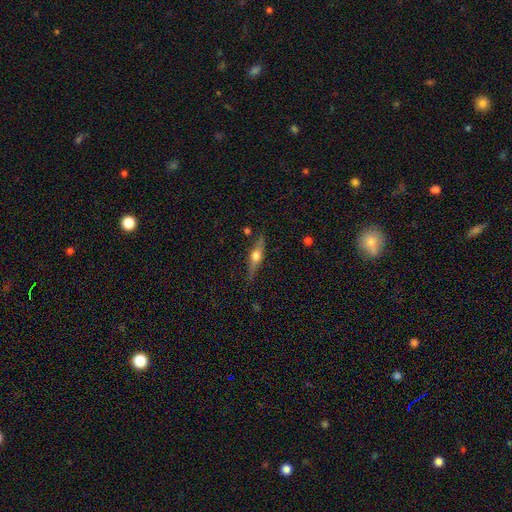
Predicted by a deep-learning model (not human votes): Smooth or featured: featured or disk — 67% (smooth — 27%)
Edge-on disk: yes — 96% (no — 4%)
Edge-on bulge: rounded — 95% (boxy — 3%)
Merging: none — 85% (minor disturbance — 11%)